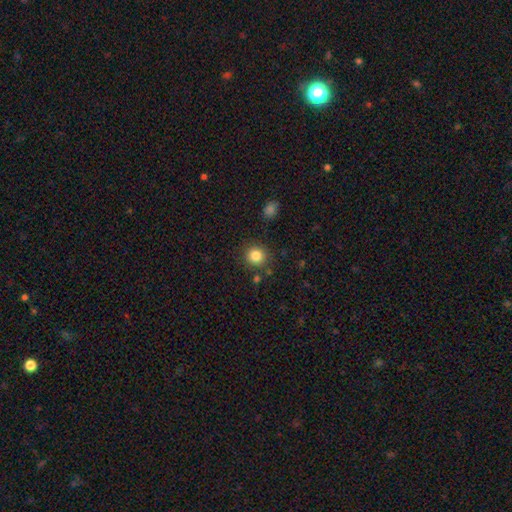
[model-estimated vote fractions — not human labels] smooth_or_featured: smooth (p=0.85) [alt: star or artifact p=0.11]
how_rounded: round (p=0.91) [alt: in between p=0.08]
merging: none (p=0.87) [alt: minor disturbance p=0.07]